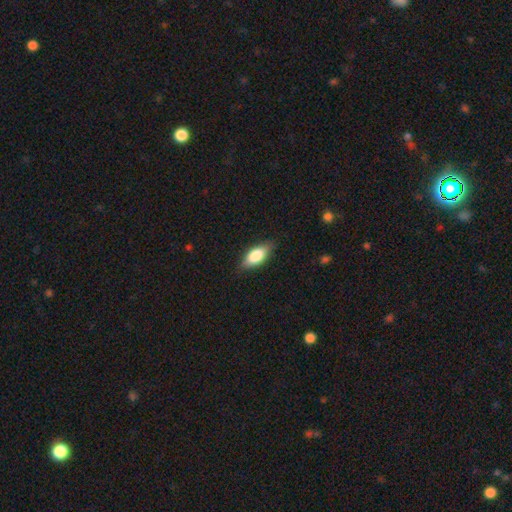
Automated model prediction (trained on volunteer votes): Smooth or featured? smooth (79%)
How rounded? in between (84%)
Merging? none (83%)